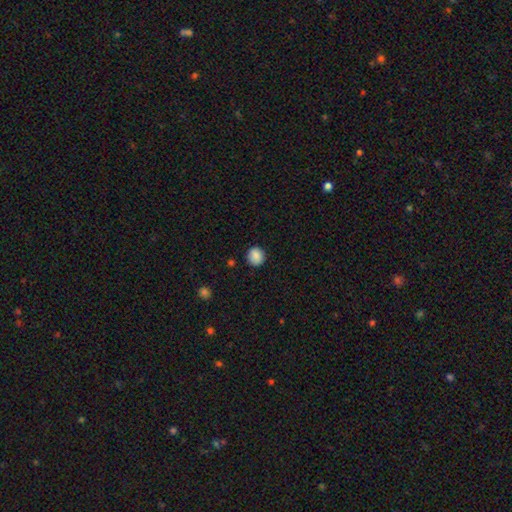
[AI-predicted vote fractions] Smooth or featured? Predicted: smooth (p=0.87). How rounded? Predicted: round (p=0.88). Merging? Predicted: none (p=0.88).